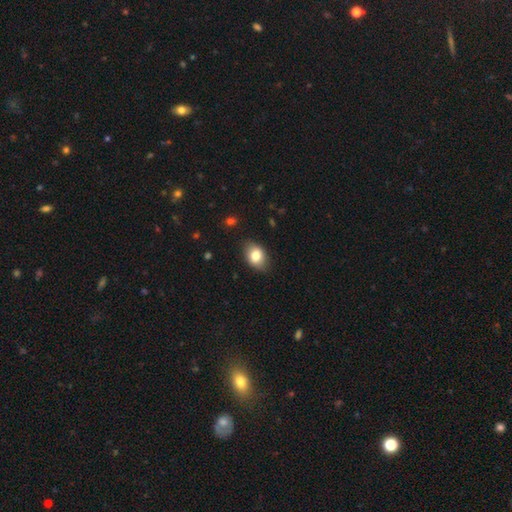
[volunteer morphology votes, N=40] This is likely a smooth galaxy (70%). How rounded: clearly in between (89%). Merging: clearly none (84%).